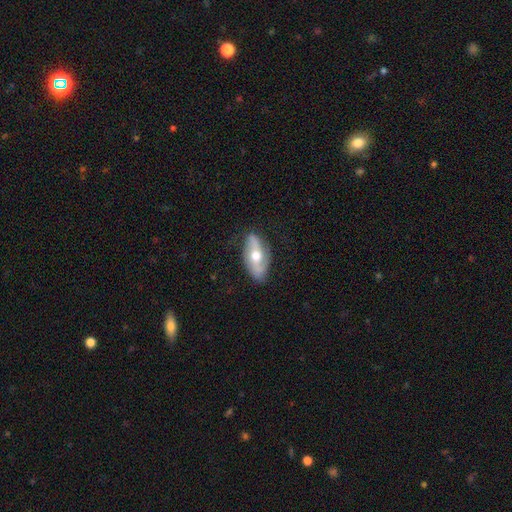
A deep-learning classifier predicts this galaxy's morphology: Q: Smooth or featured?
A: featured or disk (63%); runner-up: smooth (31%)
Q: Edge-on disk?
A: no (82%); runner-up: yes (18%)
Q: Bar?
A: no (50%); runner-up: weak (28%)
Q: Spiral arms?
A: yes (73%); runner-up: no (27%)
Q: Bulge size?
A: moderate (76%); runner-up: small (12%)
Q: Merging?
A: none (74%); runner-up: minor disturbance (19%)